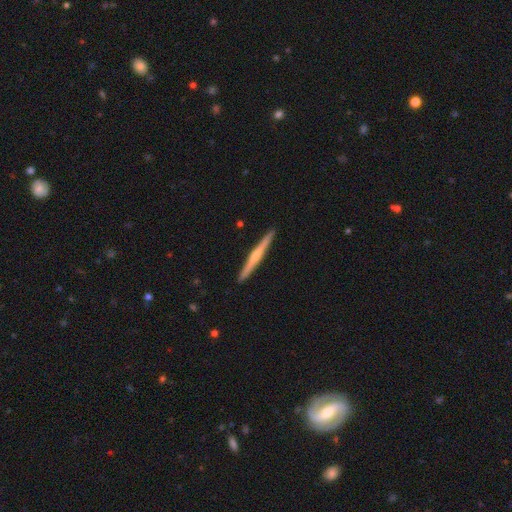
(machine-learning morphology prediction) The model was most divided on "smooth or featured": featured or disk: 63%, smooth: 32%, star or artifact: 5%. More confident: edge-on disk — yes (98%); merging — none (92%); edge-on bulge — rounded (66%).